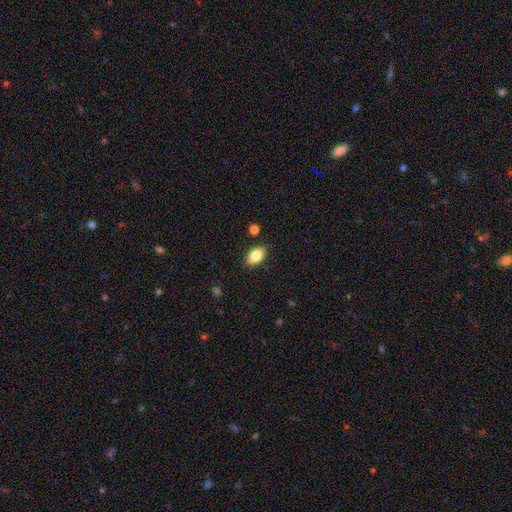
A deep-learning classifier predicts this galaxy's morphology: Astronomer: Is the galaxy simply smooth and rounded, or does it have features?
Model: smooth — 83%.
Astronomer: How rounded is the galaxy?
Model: in between — 87%.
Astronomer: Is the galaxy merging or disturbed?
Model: none — 85%.